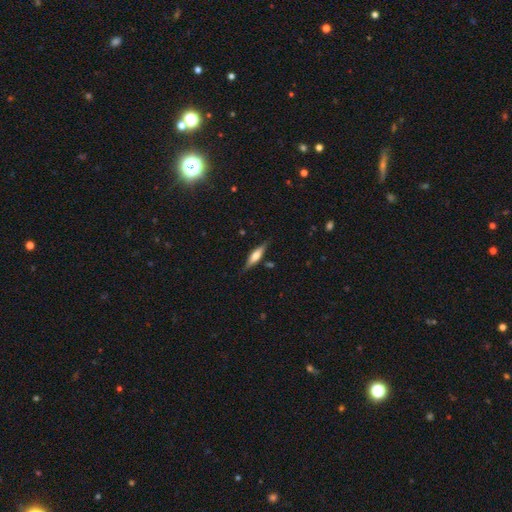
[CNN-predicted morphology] featured or disk 49%, smooth 44%, star or artifact 6%. Down the decision tree: merging — none (83%).